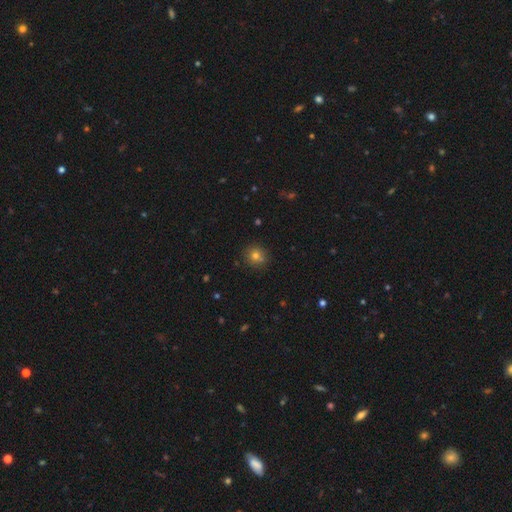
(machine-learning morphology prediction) A smooth galaxy with no disk features (74%) that is round (87%). Merging: none (74%).